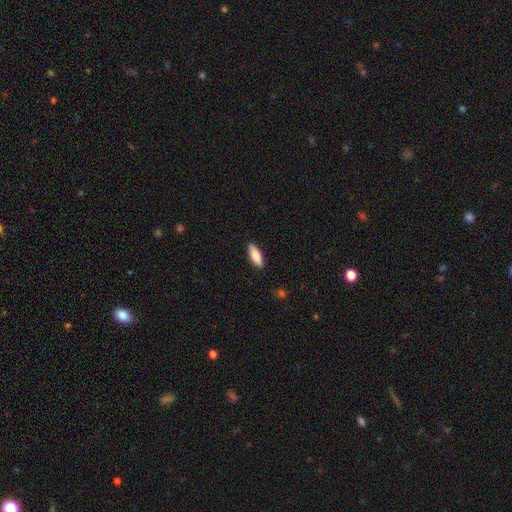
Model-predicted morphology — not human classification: A smooth galaxy with no disk features (82%) that is in between round and cigar-shaped (61%). Merging: none (88%).